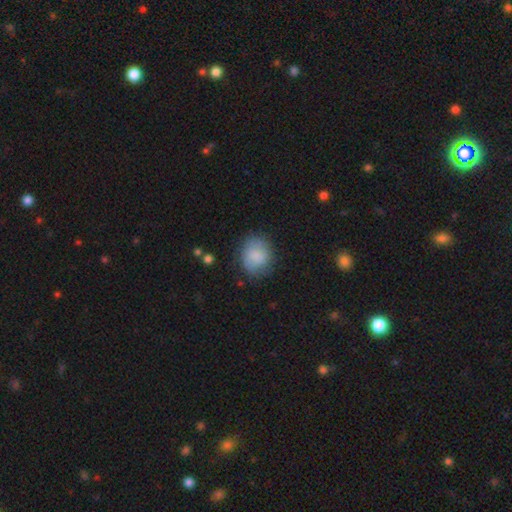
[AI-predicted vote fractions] Morphology: type=smooth (82%); roundness=round (71%); merging=none (71%).